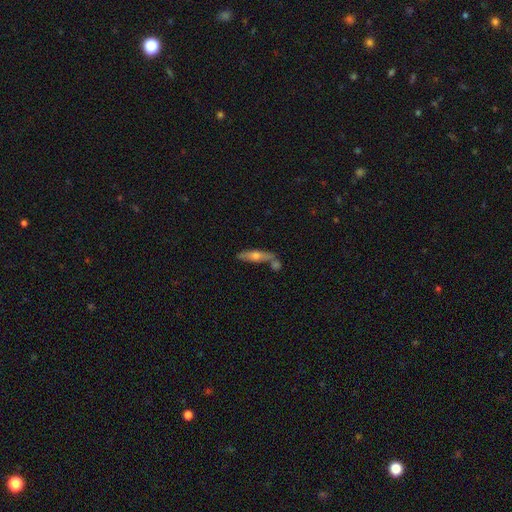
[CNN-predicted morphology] Overall: smooth (50%; featured or disk 43%). How rounded: cigar-shaped (67%; in between 30%). Merging: none (50%; merger 31%).